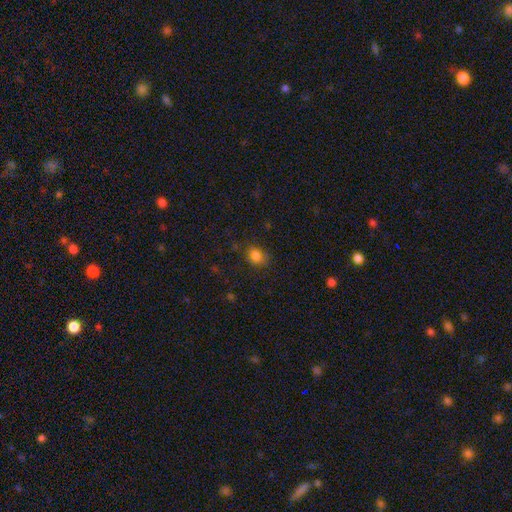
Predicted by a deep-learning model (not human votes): Smooth or featured? smooth (82%)
How rounded? round (59%)
Merging? none (77%)